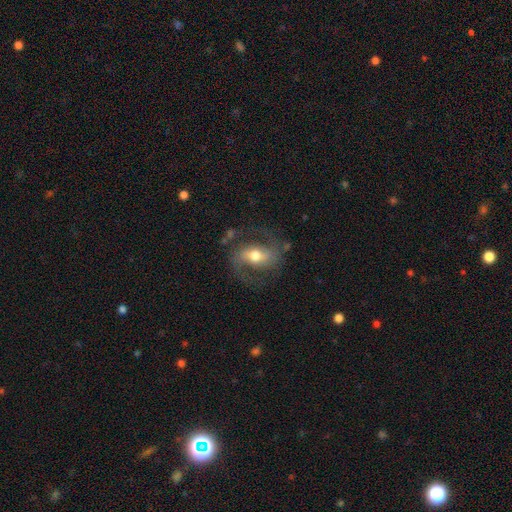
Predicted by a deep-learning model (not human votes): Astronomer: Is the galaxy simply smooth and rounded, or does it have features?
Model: featured or disk — 77%.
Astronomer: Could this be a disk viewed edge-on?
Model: no — 95%.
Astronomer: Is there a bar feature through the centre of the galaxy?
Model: weak — 40% (runner-up: strong, 39%).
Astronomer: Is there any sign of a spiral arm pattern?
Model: yes — 88%.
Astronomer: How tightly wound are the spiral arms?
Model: medium — 52% (runner-up: loose, 35%).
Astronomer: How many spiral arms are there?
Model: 2 — 90%.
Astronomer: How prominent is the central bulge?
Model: moderate — 69%.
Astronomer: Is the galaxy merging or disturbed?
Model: none — 69%.